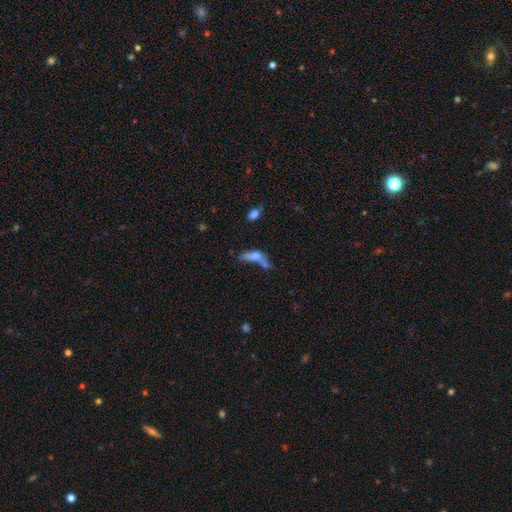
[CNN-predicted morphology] Smooth or featured: smooth — 56% (featured or disk — 32%)
How rounded: in between — 57% (cigar-shaped — 35%)
Merging: merger — 44% (major disturbance — 21%)